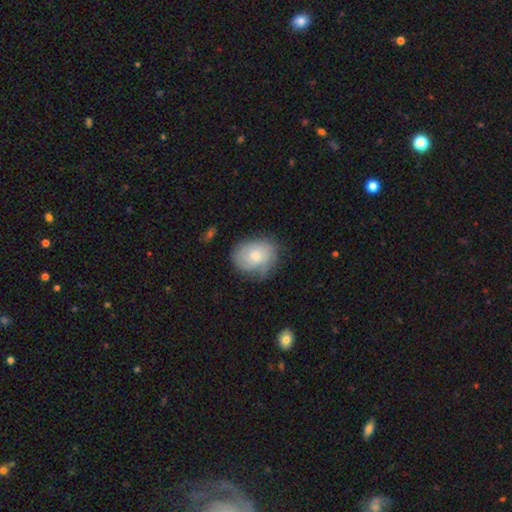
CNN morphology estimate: Overall: featured or disk (55%; smooth 38%). Edge-on disk: no (97%). Bar: no (81%). Spiral arms: yes (84%). Bulge size: moderate (47%, tied with small). Merging: none (67%).